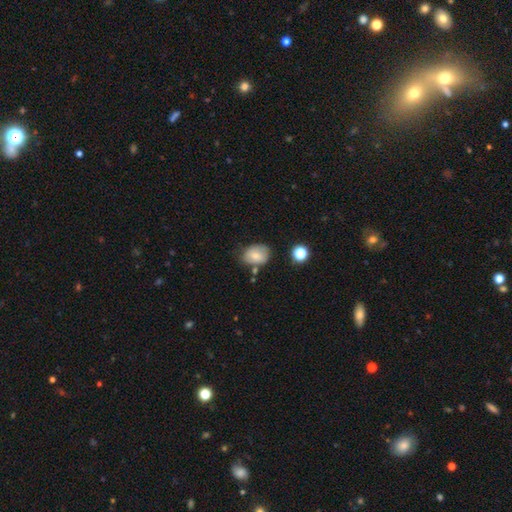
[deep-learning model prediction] Overall: smooth (73%). How rounded: in between (66%; round 33%). Merging: none (62%; minor disturbance 25%).